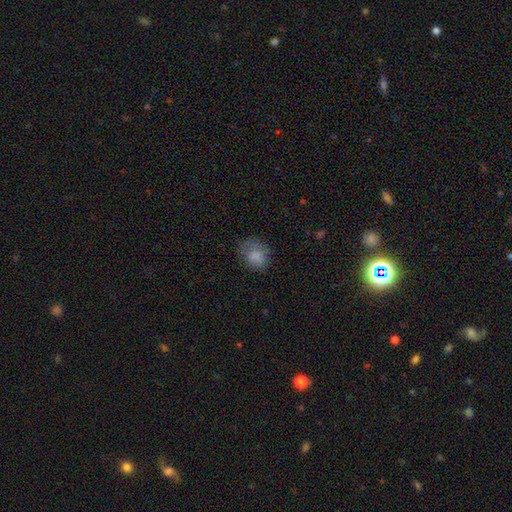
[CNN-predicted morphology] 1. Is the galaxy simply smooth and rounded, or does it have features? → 81% smooth, 11% star or artifact, 9% featured or disk.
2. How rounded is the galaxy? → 50% in between, 49% round, 1% cigar-shaped.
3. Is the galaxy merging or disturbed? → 57% none, 27% minor disturbance, 14% major disturbance, 2% merger.